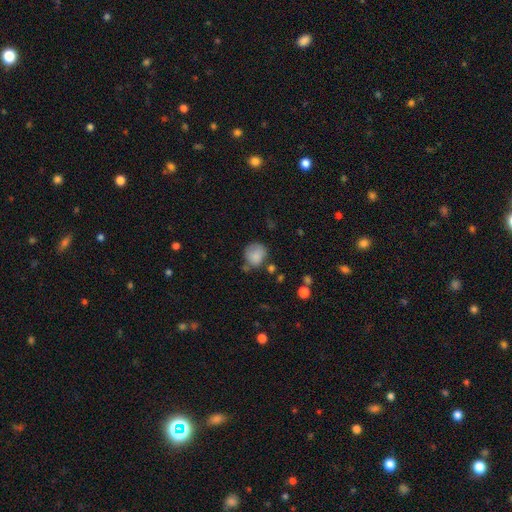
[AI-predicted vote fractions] smooth_or_featured: smooth (p=0.83) [alt: star or artifact p=0.09]
how_rounded: round (p=0.77) [alt: in between p=0.22]
merging: none (p=0.54) [alt: minor disturbance p=0.28]